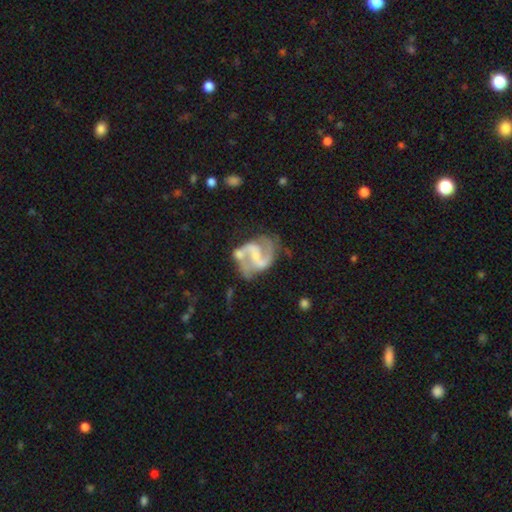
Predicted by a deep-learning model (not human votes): Q: Smooth or featured?
A: featured or disk (90%); runner-up: smooth (5%)
Q: Edge-on disk?
A: no (98%); runner-up: yes (2%)
Q: Bar?
A: weak (46%); runner-up: strong (27%)
Q: Spiral arms?
A: yes (96%); runner-up: no (4%)
Q: Spiral winding?
A: medium (58%); runner-up: loose (27%)
Q: Spiral arm count?
A: 2 (89%); runner-up: 3 (3%)
Q: Bulge size?
A: small (54%); runner-up: moderate (26%)
Q: Merging?
A: none (50%); runner-up: minor disturbance (22%)